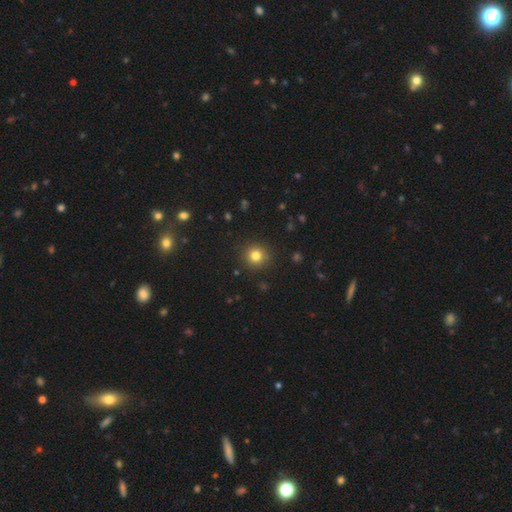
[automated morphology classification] smooth_or_featured: smooth (p=0.80) [alt: star or artifact p=0.13]
how_rounded: round (p=0.93) [alt: in between p=0.06]
merging: none (p=0.91) [alt: minor disturbance p=0.06]